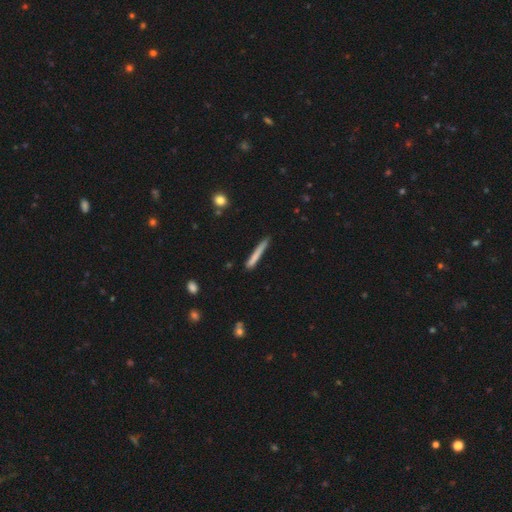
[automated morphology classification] Smooth or featured?
  - smooth: 73% *
  - featured or disk: 21%
  - star or artifact: 6%
How rounded?
  - cigar-shaped: 96% *
  - in between: 2%
  - round: 1%
Merging?
  - none: 77% *
  - minor disturbance: 18%
  - major disturbance: 3%
  - merger: 2%